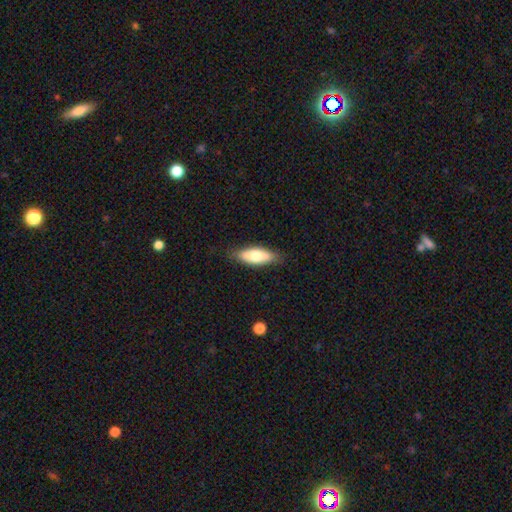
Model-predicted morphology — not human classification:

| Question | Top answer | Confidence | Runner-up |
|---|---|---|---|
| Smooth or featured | smooth | 72% | featured or disk (22%) |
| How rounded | in between | 75% | cigar-shaped (23%) |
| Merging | none | 82% | minor disturbance (14%) |